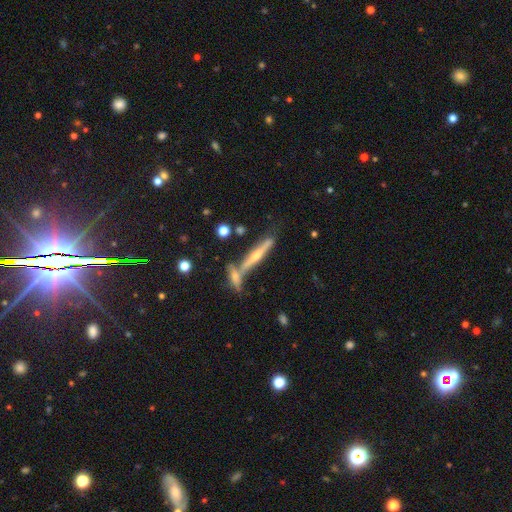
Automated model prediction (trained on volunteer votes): Smooth or featured? featured or disk (71%)
Edge-on disk? yes (94%)
Edge-on bulge? rounded (82%)
Merging? none (61%)